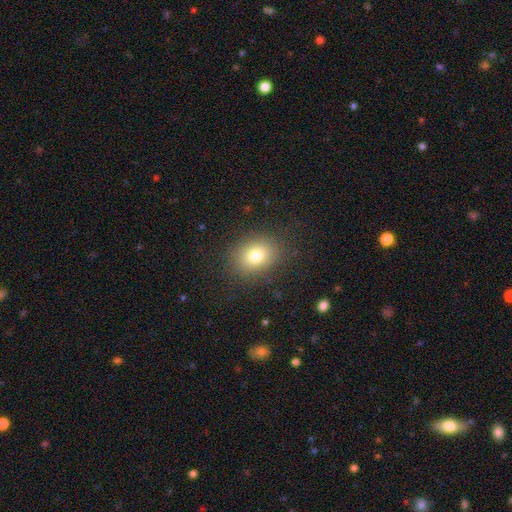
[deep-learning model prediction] This is likely a smooth galaxy (78%). How rounded: possibly in between (51%). Merging: clearly none (85%).